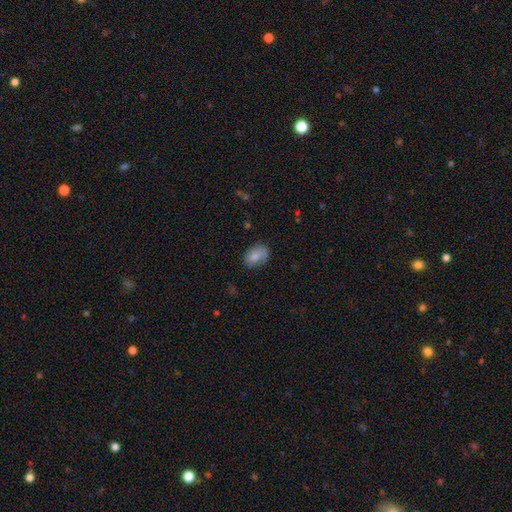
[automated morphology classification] The model was most divided on "merging": none: 64%, minor disturbance: 26%, major disturbance: 8%, merger: 2%. More confident: how rounded — in between (78%); smooth or featured — smooth (75%).